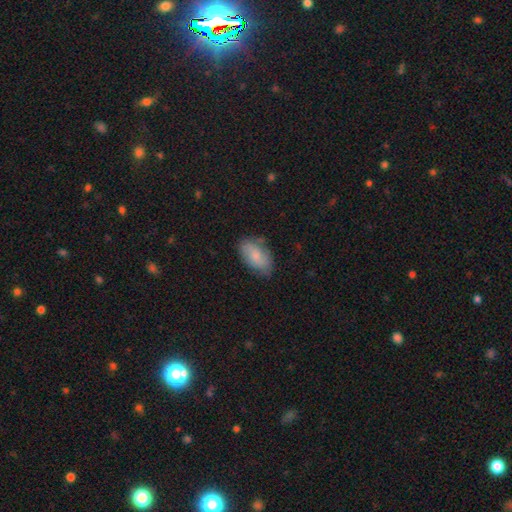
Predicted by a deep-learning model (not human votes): A smooth galaxy with no disk features (70%) that is in between round and cigar-shaped (93%).

Vote fractions:
- Smooth or featured? smooth: 70% / featured or disk: 23% / star or artifact: 7%
- How rounded? in between: 93% / round: 4% / cigar-shaped: 3%
- Merging? none: 74% / minor disturbance: 20% / major disturbance: 4% / merger: 2%